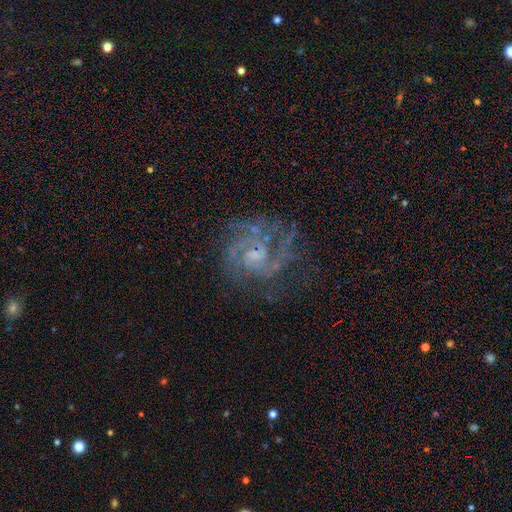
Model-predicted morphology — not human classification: smooth-or-featured: featured or disk: 84% | star or artifact: 9% | smooth: 7%
  disk-edge-on: no: 98% | yes: 2%
    bar: no: 50% | weak: 42% | strong: 8%
    has-spiral-arms: yes: 92% | no: 8%
      spiral-winding: tight: 45% | medium: 43% | loose: 12%
      spiral-arm-count: 2: 38% | can't tell: 25% | 3: 19% | 4: 7% | 1: 6% | more than 4: 5%
    bulge-size: small: 45% | none: 26% | moderate: 25% | large: 2% | dominant: 1%
  merging: none: 60% | major disturbance: 19% | minor disturbance: 18% | merger: 3%